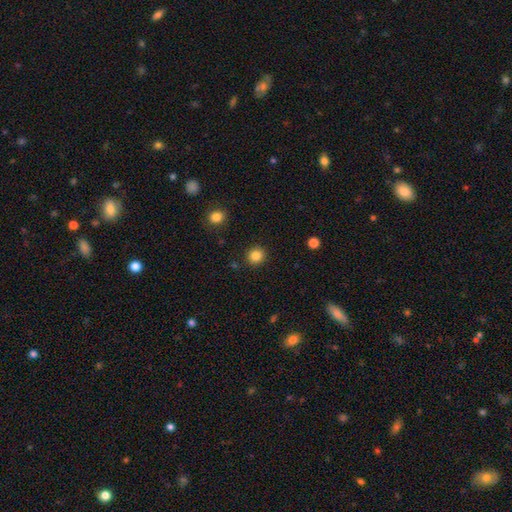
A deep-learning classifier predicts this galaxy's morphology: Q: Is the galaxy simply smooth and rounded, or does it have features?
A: smooth — 85%.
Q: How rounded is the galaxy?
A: round — 91%.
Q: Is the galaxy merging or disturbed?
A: none — 91%.